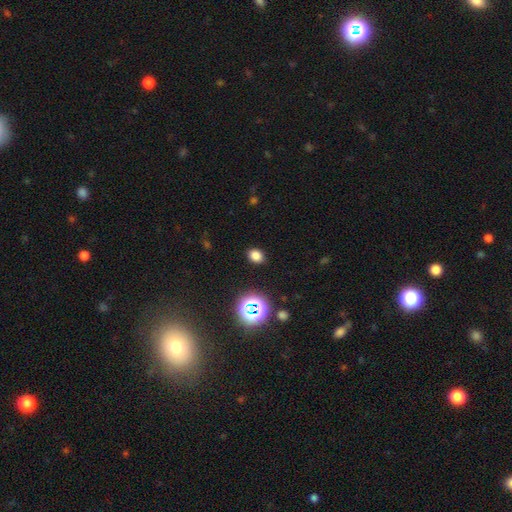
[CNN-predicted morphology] Smooth or featured? smooth (77%)
How rounded? in between (57%)
Merging? none (88%)